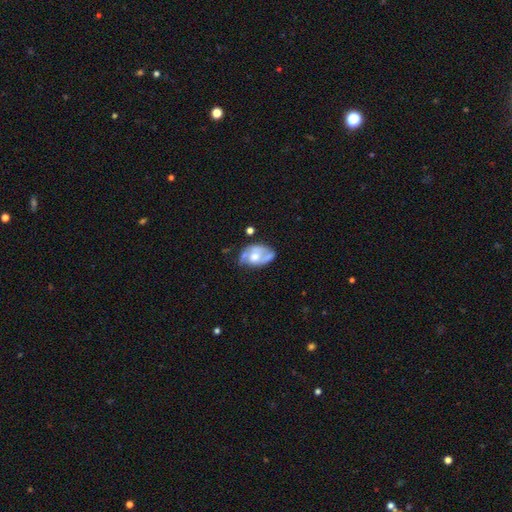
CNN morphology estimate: A featured or disk galaxy (61%) with no bar (76%), spiral arms (54%) and a moderate central bulge (61%).

Vote fractions:
- Smooth or featured? featured or disk: 61% / smooth: 33% / star or artifact: 7%
- Edge-on disk? no: 95% / yes: 5%
- Bar? no: 76% / weak: 20% / strong: 4%
- Spiral arms? yes: 54% / no: 46%
- Bulge size? moderate: 61% / small: 19% / large: 14% / none: 5% / dominant: 2%
- Merging? none: 43% / minor disturbance: 30% / major disturbance: 18% / merger: 9%